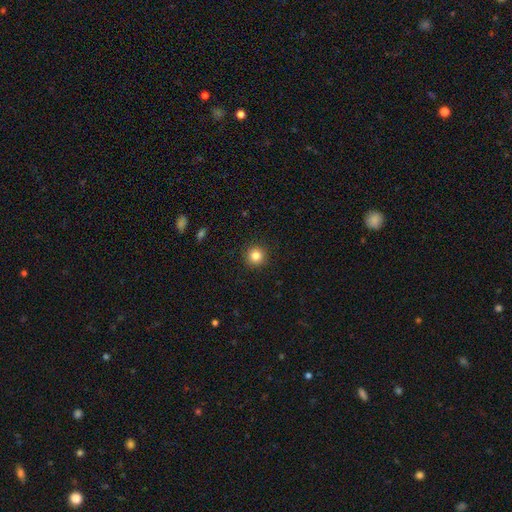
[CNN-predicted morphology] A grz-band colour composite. It shows a smooth galaxy with no disk features (84%) that is round (95%). Merging: none (92%).